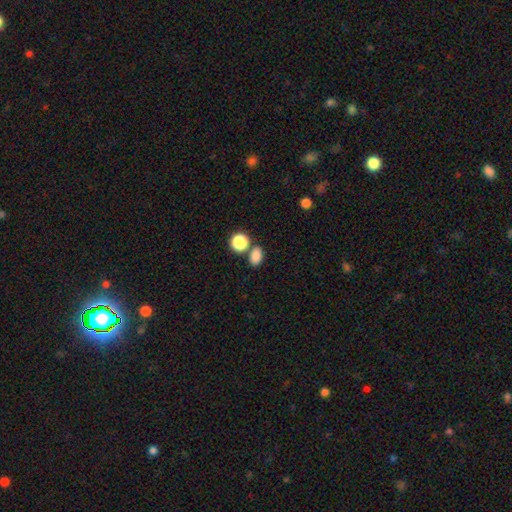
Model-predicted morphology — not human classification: smooth-or-featured: smooth: 85% | star or artifact: 11% | featured or disk: 4%
  how-rounded: in between: 69% | round: 29% | cigar-shaped: 2%
  merging: none: 65% | merger: 21% | minor disturbance: 10% | major disturbance: 3%